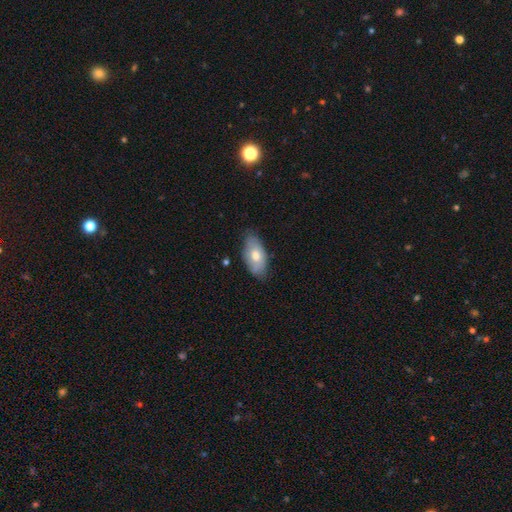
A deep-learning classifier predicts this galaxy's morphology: smooth_or_featured: smooth (p=0.67) [alt: featured or disk p=0.27]
how_rounded: in between (p=0.93) [alt: round p=0.03]
merging: none (p=0.75) [alt: minor disturbance p=0.20]